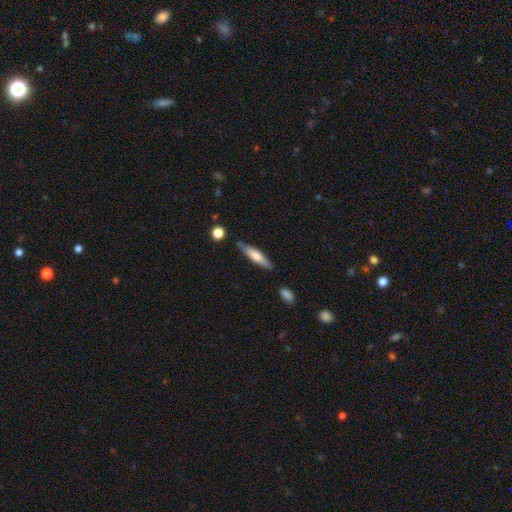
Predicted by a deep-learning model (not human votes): A smooth galaxy with no disk features (61%) that is cigar-shaped (78%). Merging: none (80%).